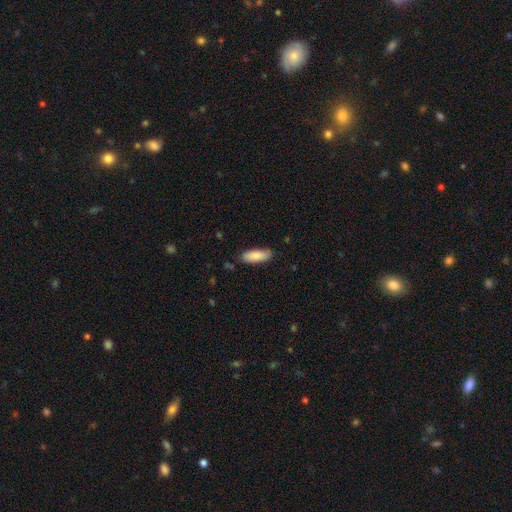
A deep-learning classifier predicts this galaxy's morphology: Q: Smooth or featured?
A: smooth (86%); runner-up: featured or disk (8%)
Q: How rounded?
A: in between (73%); runner-up: cigar-shaped (25%)
Q: Merging?
A: none (80%); runner-up: minor disturbance (16%)